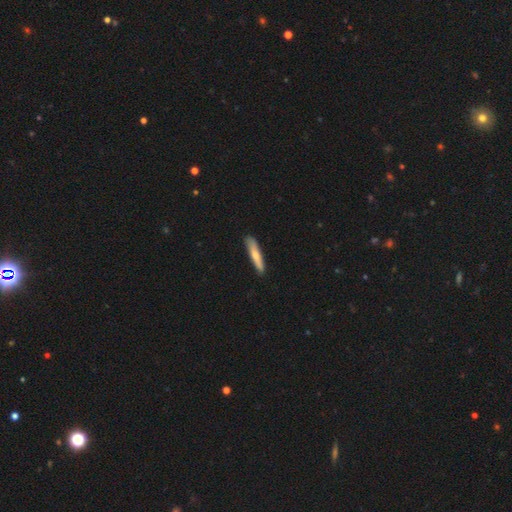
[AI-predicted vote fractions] smooth 68%, featured or disk 27%, star or artifact 5%. Down the decision tree: how rounded — cigar-shaped (91%); merging — none (87%).